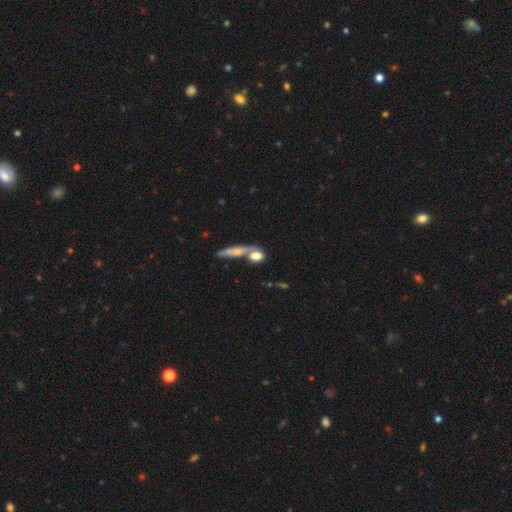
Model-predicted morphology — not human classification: A smooth galaxy with no disk features (68%) that is in between round and cigar-shaped (49%). Merging: none (41%, tied with merger).